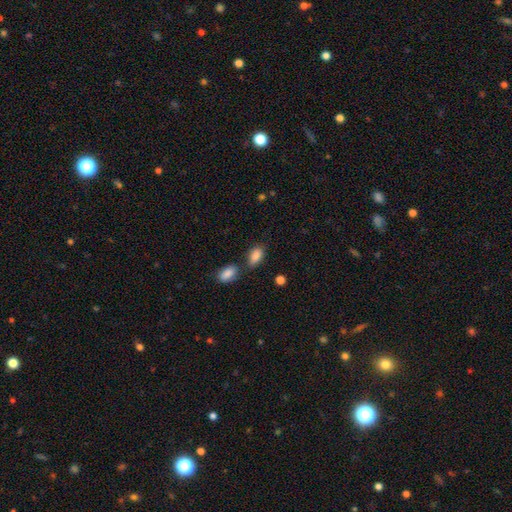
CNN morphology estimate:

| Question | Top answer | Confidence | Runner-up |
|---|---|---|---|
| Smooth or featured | smooth | 87% | star or artifact (7%) |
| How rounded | in between | 91% | round (4%) |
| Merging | none | 63% | merger (17%) |